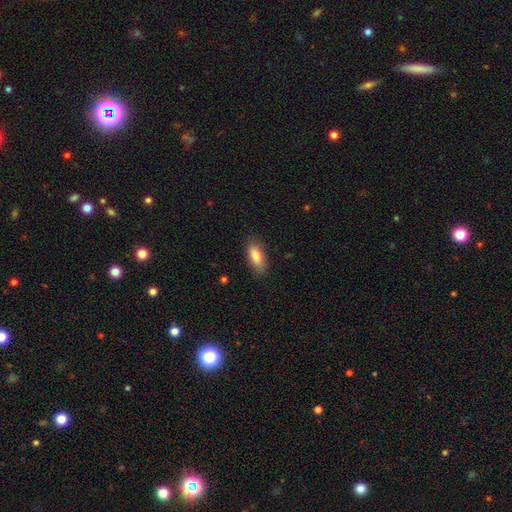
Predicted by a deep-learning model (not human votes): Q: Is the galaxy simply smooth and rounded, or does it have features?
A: smooth — 84%.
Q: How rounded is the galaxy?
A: in between — 75%.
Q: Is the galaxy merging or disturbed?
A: none — 84%.